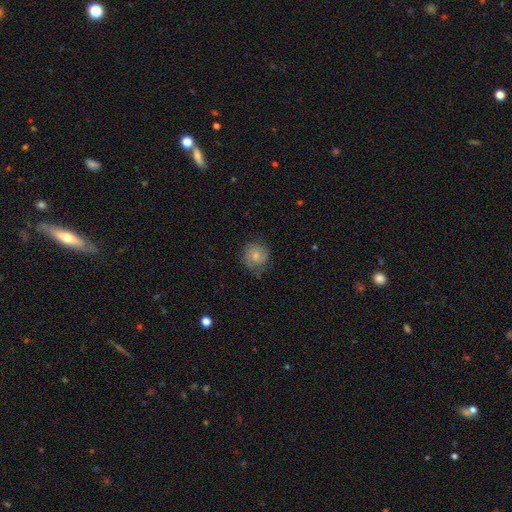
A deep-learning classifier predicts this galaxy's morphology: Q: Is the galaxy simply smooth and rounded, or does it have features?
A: smooth — 62%.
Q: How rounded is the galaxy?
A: round — 87%.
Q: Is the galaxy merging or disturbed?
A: none — 69%.